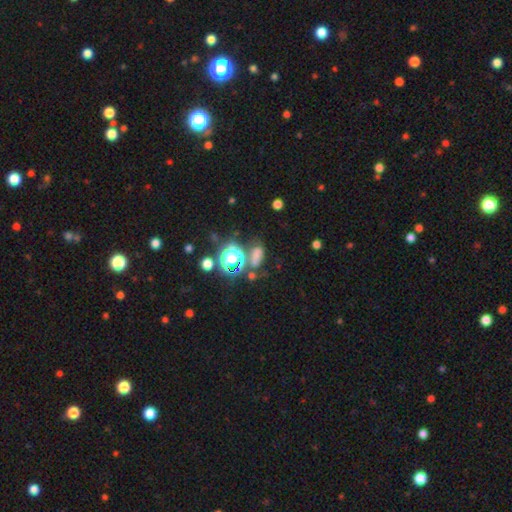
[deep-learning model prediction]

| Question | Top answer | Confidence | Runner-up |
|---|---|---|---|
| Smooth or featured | smooth | 51% | star or artifact (38%) |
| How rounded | in between | 66% | round (29%) |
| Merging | none | 51% | merger (19%) |